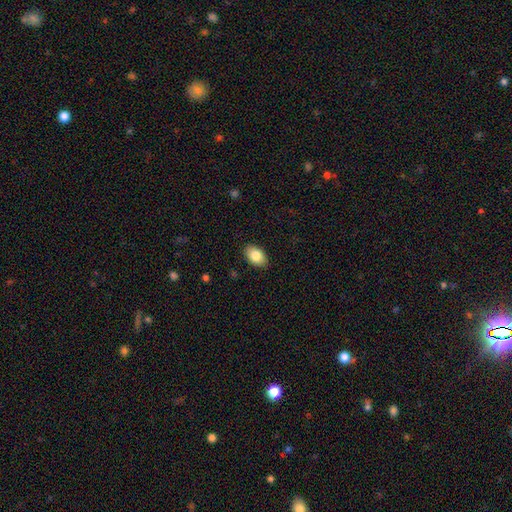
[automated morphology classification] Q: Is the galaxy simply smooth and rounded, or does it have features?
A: smooth — 83%.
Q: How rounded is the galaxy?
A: in between — 89%.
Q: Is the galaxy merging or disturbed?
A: none — 88%.